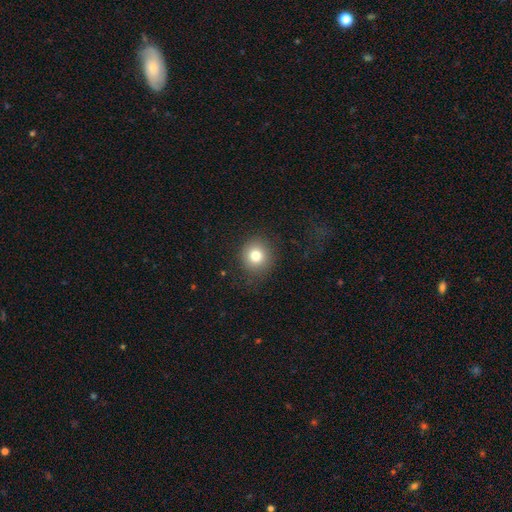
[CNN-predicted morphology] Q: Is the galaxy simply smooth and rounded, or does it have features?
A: smooth — 78%.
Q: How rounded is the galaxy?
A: round — 88%.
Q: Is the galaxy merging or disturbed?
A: none — 85%.